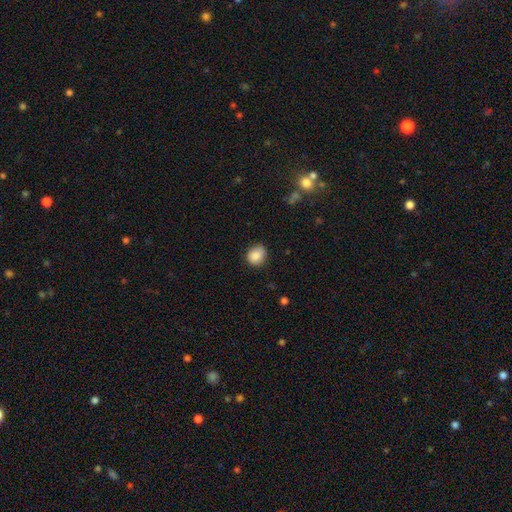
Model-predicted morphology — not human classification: A smooth galaxy with no disk features (86%) that is round (70%). Merging: none (74%).